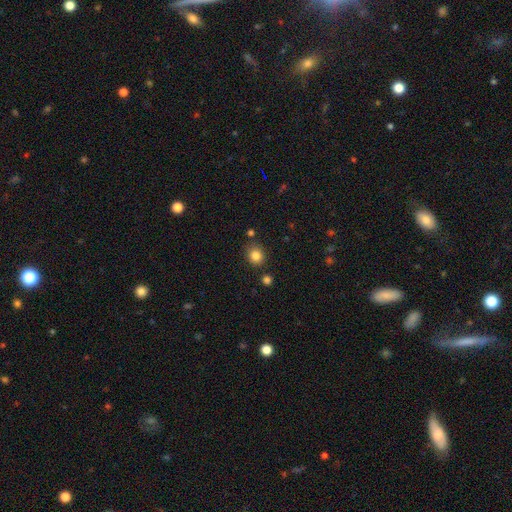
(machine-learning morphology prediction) smooth 84%, star or artifact 11%, featured or disk 5%. Down the decision tree: how rounded — round (76%); merging — none (82%).